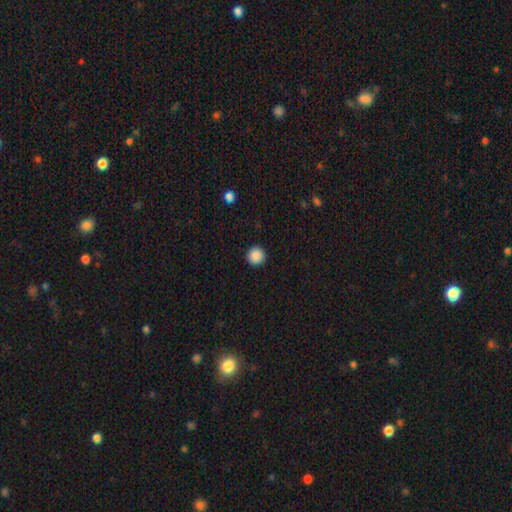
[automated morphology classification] The model was most divided on "smooth or featured": smooth: 89%, star or artifact: 9%, featured or disk: 2%. More confident: how rounded — round (94%); merging — none (92%).